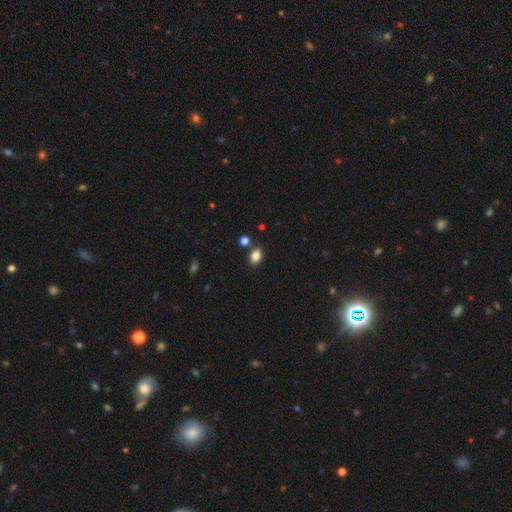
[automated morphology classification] Q: Smooth or featured?
A: smooth (84%); runner-up: star or artifact (11%)
Q: How rounded?
A: in between (76%); runner-up: round (23%)
Q: Merging?
A: none (79%); runner-up: minor disturbance (11%)